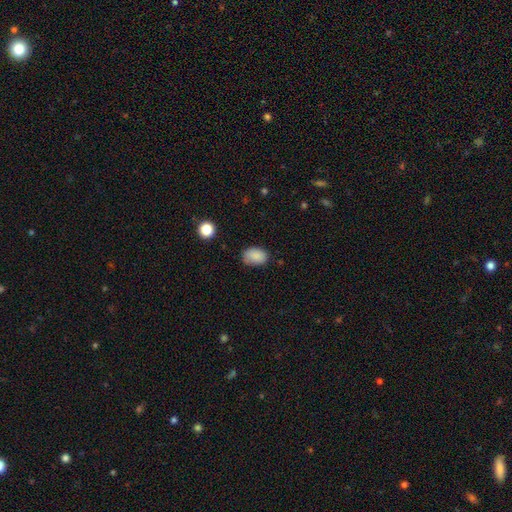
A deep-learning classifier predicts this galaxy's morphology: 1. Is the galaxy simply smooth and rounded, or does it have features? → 86% smooth, 9% star or artifact, 5% featured or disk.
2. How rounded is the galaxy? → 79% in between, 20% round, 1% cigar-shaped.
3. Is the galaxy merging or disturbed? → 68% none, 24% minor disturbance, 5% major disturbance, 2% merger.